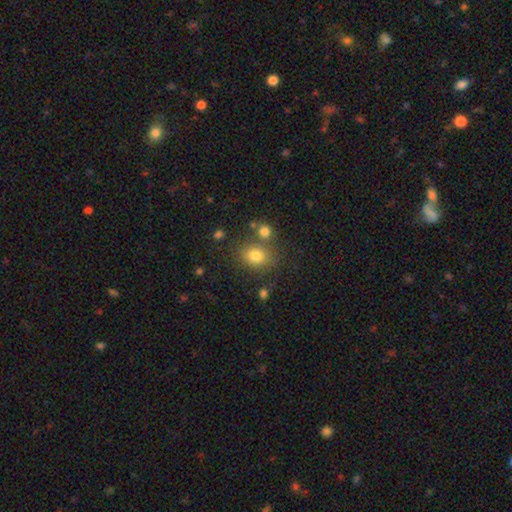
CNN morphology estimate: A smooth galaxy with no disk features (78%) that is round (57%).

Vote fractions:
- Smooth or featured? smooth: 78% / star or artifact: 13% / featured or disk: 9%
- How rounded? round: 57% / in between: 42% / cigar-shaped: 1%
- Merging? none: 68% / merger: 15% / minor disturbance: 12% / major disturbance: 5%